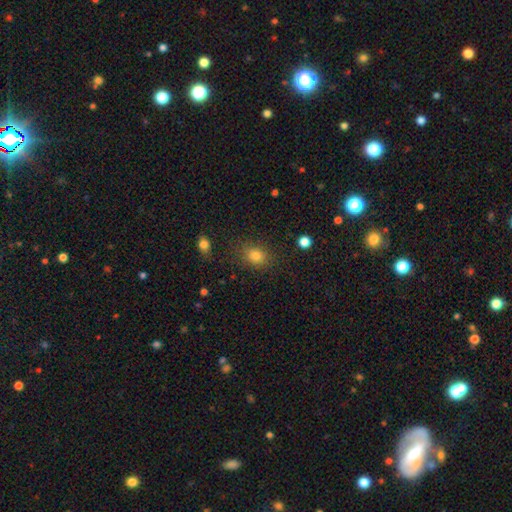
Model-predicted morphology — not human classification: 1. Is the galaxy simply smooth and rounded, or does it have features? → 81% smooth, 13% star or artifact, 7% featured or disk.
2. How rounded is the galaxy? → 52% round, 47% in between, 1% cigar-shaped.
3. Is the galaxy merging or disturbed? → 83% none, 11% minor disturbance, 4% major disturbance, 2% merger.